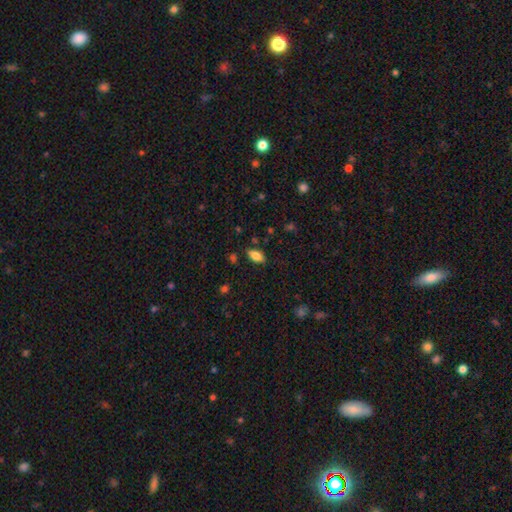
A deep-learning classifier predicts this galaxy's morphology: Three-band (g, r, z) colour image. It shows a smooth galaxy with no disk features (81%) that is in between round and cigar-shaped (90%). Merging: none (84%).